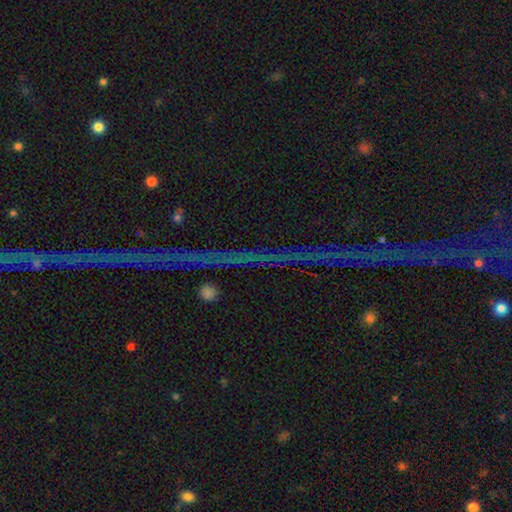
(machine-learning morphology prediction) Q: Smooth or featured?
A: star or artifact (76%); runner-up: featured or disk (14%)